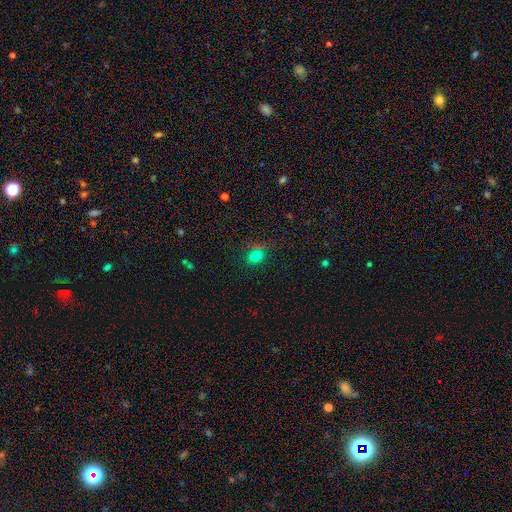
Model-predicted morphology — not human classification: smooth_or_featured: smooth (p=0.74) [alt: star or artifact p=0.18]
how_rounded: round (p=0.63) [alt: in between p=0.36]
merging: none (p=0.74) [alt: minor disturbance p=0.16]